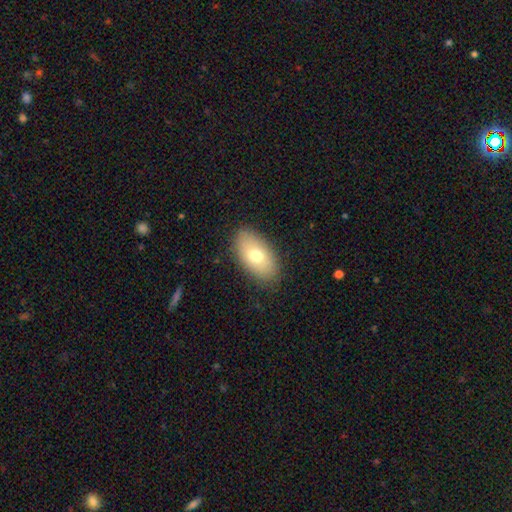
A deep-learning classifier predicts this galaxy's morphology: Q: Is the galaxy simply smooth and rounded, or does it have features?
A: smooth — 70%.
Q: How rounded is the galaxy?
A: in between — 92%.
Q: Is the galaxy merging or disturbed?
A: none — 84%.